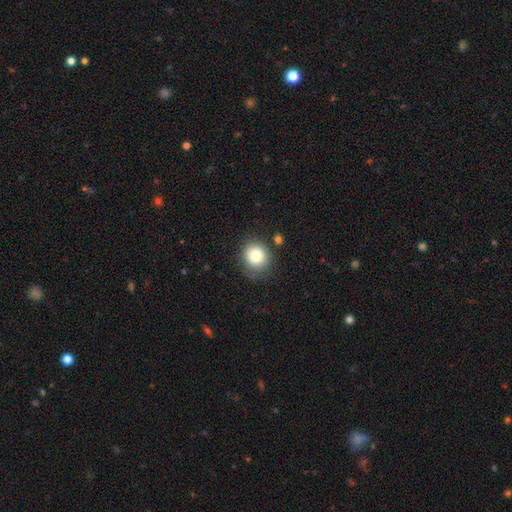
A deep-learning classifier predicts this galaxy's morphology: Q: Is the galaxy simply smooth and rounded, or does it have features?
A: smooth — 82%.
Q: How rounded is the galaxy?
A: round — 83%.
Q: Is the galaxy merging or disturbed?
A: none — 79%.